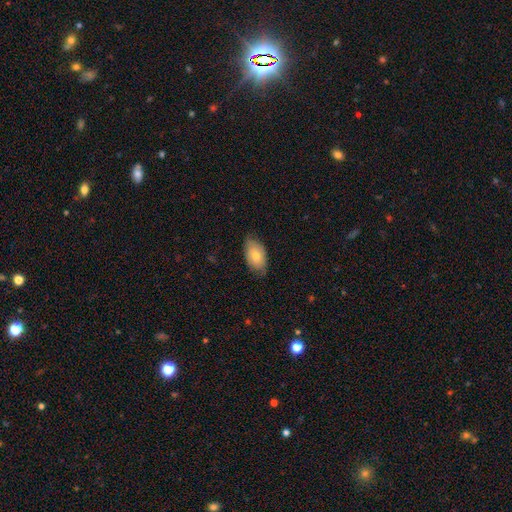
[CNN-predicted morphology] This appears to be a smooth galaxy with no disk features (73%) that is in between round and cigar-shaped (93%). Merging: none (74%).